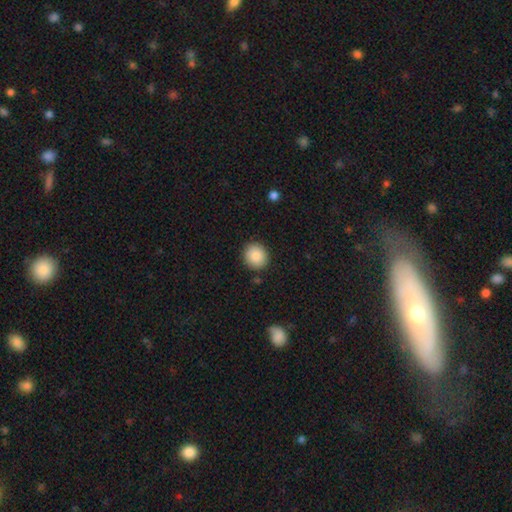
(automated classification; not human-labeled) Q: Smooth or featured?
A: smooth (89%); runner-up: star or artifact (8%)
Q: How rounded?
A: round (87%); runner-up: in between (12%)
Q: Merging?
A: none (89%); runner-up: minor disturbance (7%)